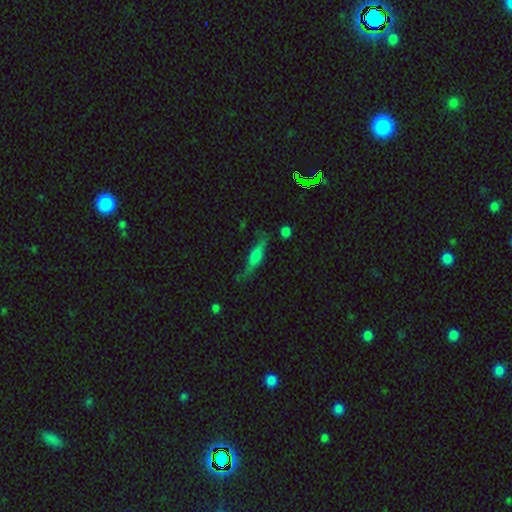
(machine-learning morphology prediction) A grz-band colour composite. It shows a smooth galaxy with no disk features (48%). Merging: none (59%).